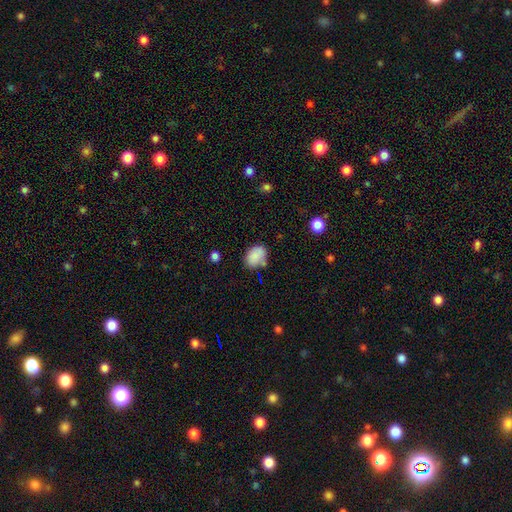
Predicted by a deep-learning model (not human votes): Morphology: type=smooth (85%); roundness=in between (73%); merging=none (64%).